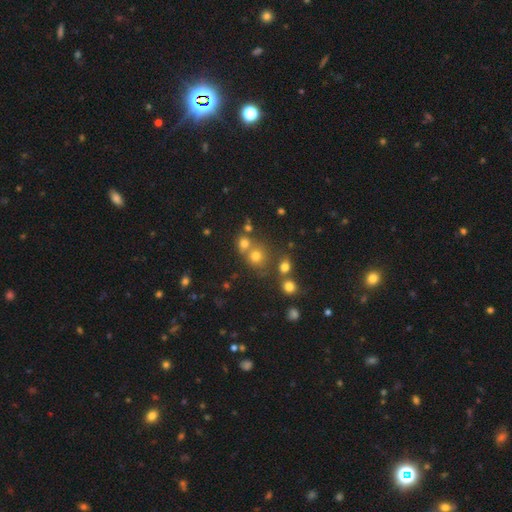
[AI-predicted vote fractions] Smooth or featured: smooth — 66% (star or artifact — 23%)
How rounded: round — 85% (in between — 14%)
Merging: none — 57% (merger — 32%)